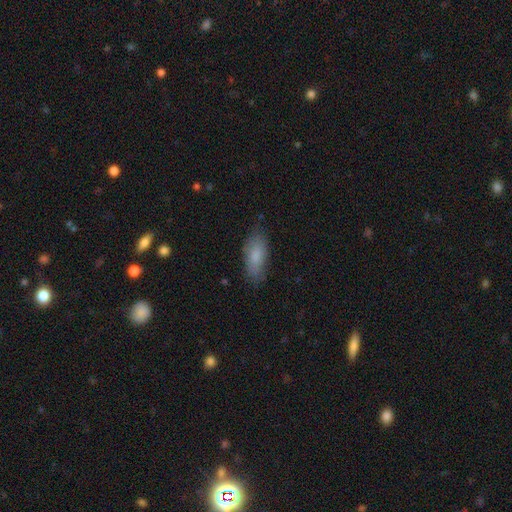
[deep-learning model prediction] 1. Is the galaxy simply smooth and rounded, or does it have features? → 83% smooth, 11% featured or disk, 6% star or artifact.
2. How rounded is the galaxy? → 75% in between, 23% cigar-shaped, 2% round.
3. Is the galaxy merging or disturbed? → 80% none, 15% minor disturbance, 3% major disturbance, 1% merger.